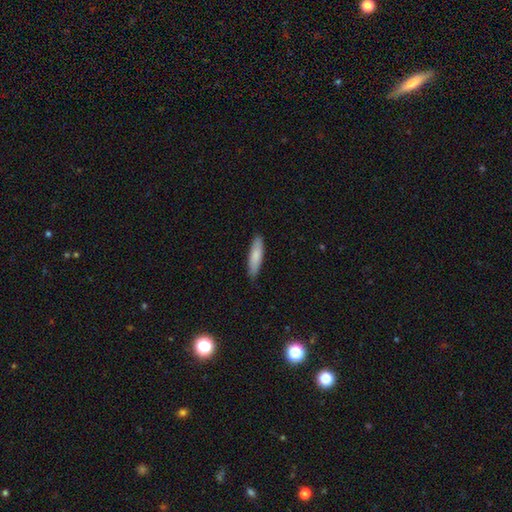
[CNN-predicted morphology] Smooth or featured? Predicted: smooth (p=0.82). How rounded? Predicted: cigar-shaped (p=0.68). Merging? Predicted: none (p=0.84).